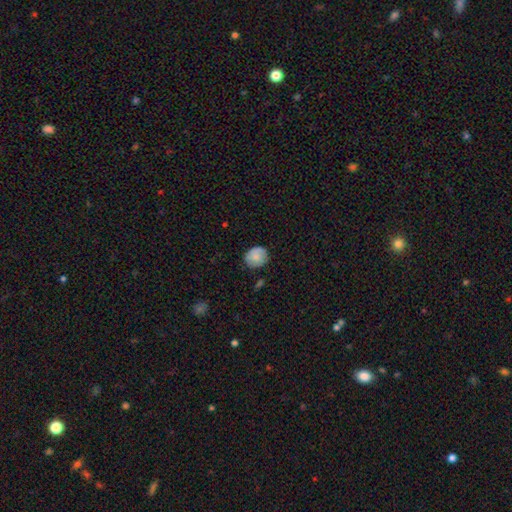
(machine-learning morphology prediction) smooth_or_featured: smooth (p=0.76) [alt: featured or disk p=0.16]
how_rounded: round (p=0.74) [alt: in between p=0.25]
merging: none (p=0.75) [alt: minor disturbance p=0.20]